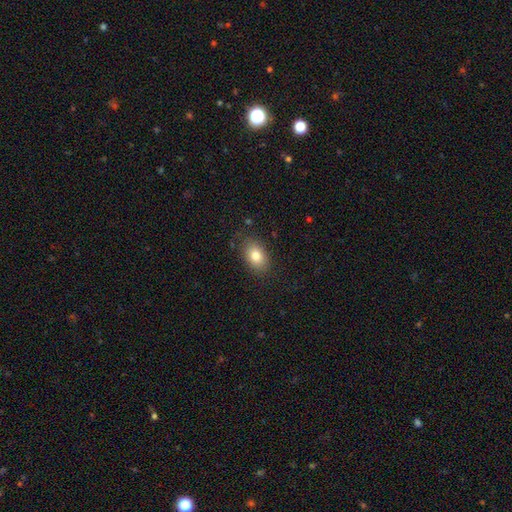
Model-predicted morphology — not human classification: Smooth or featured?
  - smooth: 81% *
  - featured or disk: 10%
  - star or artifact: 9%
How rounded?
  - in between: 82% *
  - round: 16%
  - cigar-shaped: 1%
Merging?
  - none: 84% *
  - minor disturbance: 12%
  - major disturbance: 3%
  - merger: 1%